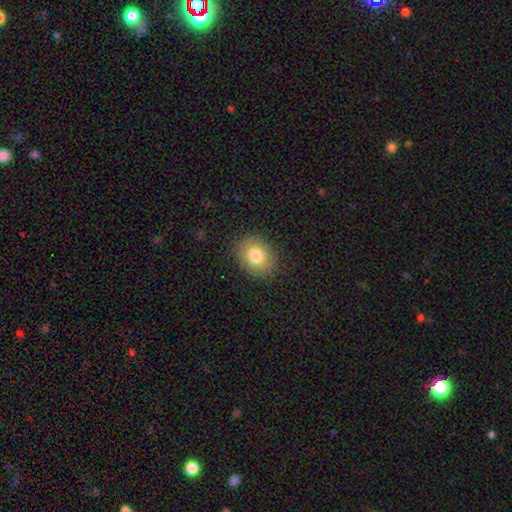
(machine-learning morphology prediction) Q: Smooth or featured?
A: smooth (80%); runner-up: featured or disk (10%)
Q: How rounded?
A: in between (55%); runner-up: round (44%)
Q: Merging?
A: none (87%); runner-up: minor disturbance (9%)